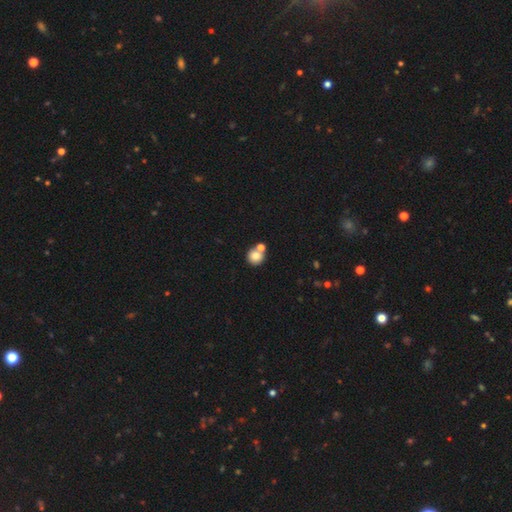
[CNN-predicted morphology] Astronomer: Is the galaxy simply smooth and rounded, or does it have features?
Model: smooth — 80%.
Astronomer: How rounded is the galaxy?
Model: round — 89%.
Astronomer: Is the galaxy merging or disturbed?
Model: none — 55% (runner-up: merger, 35%).